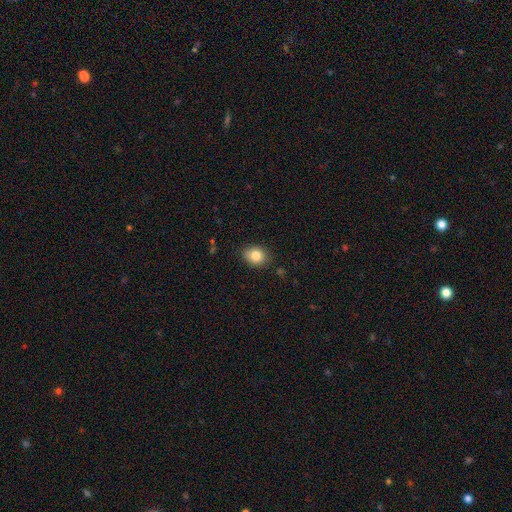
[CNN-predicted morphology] type=smooth (83%); roundness=round (55%); merging=none (84%).